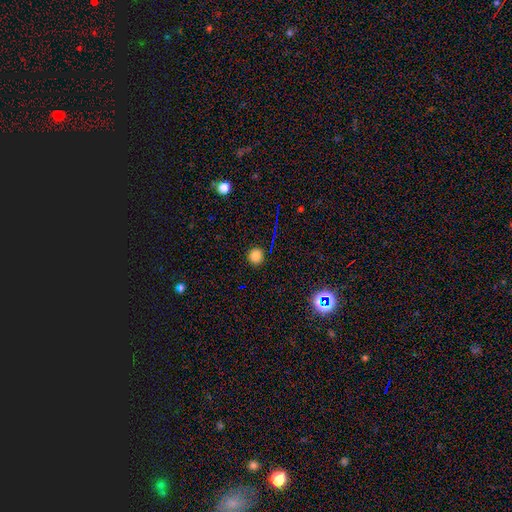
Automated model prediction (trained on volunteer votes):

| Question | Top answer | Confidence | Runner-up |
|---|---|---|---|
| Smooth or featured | smooth | 79% | star or artifact (15%) |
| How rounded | round | 93% | in between (6%) |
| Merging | none | 90% | minor disturbance (6%) |